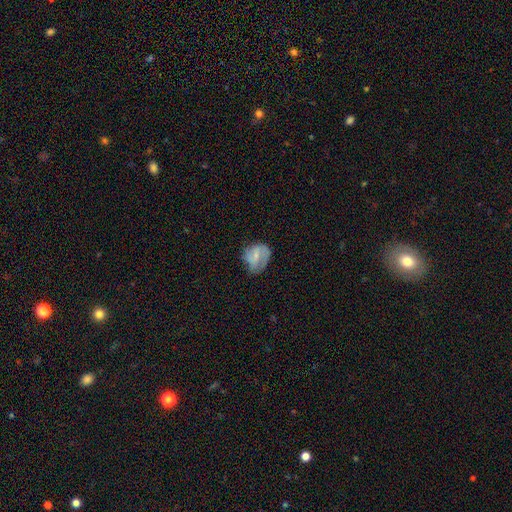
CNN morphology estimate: This appears to be a featured or disk galaxy (51%). Merging: none (49%).